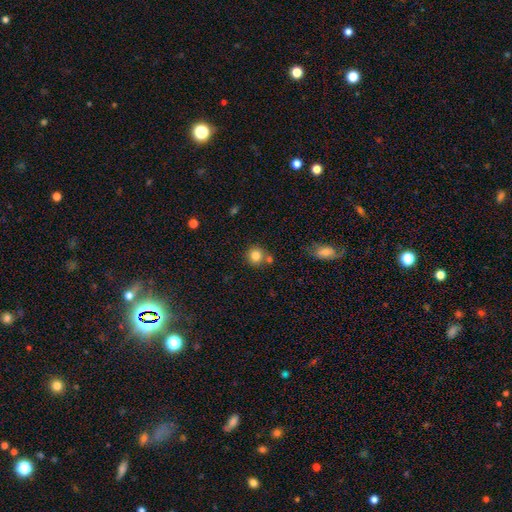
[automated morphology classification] Smooth or featured? smooth (83%)
How rounded? round (90%)
Merging? none (69%)